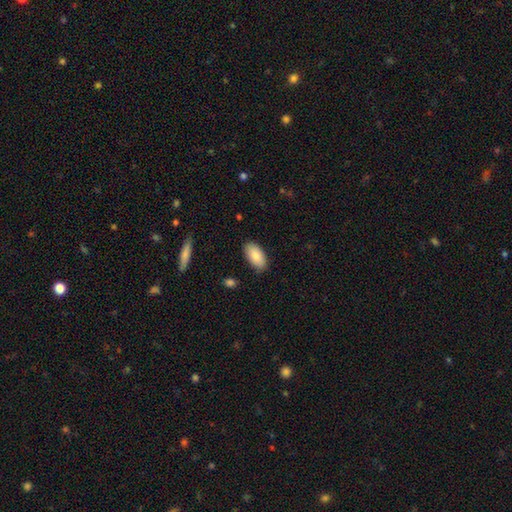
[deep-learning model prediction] Smooth or featured: smooth — 86% (featured or disk — 8%)
How rounded: in between — 95% (cigar-shaped — 3%)
Merging: none — 85% (minor disturbance — 11%)